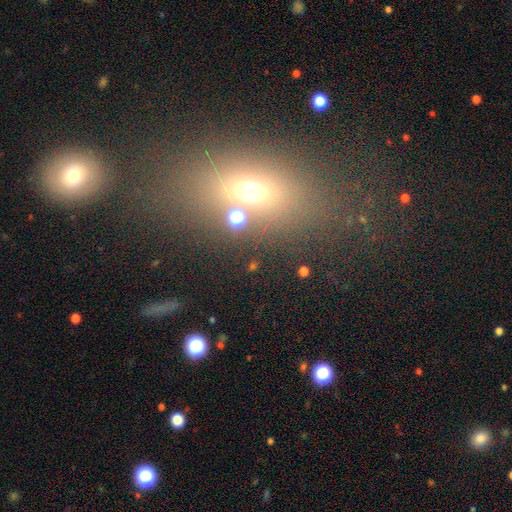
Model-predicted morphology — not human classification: This is possibly a smooth galaxy (52%). How rounded: likely in between (71%). Merging: likely none (63%).